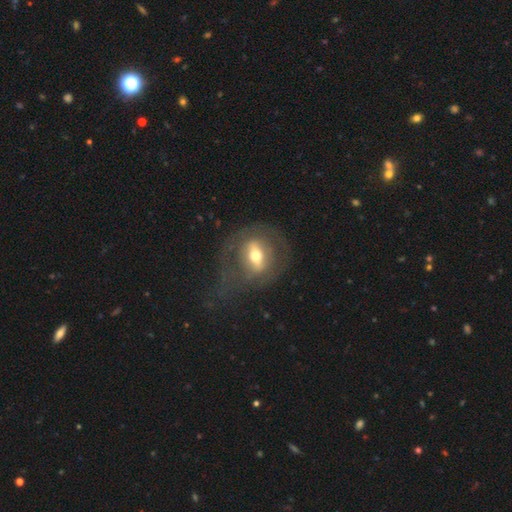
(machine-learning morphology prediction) Smooth or featured? Predicted: featured or disk (p=0.63). Edge-on disk? Predicted: no (p=0.80). Bar? Predicted: strong (p=0.54). Spiral arms? Predicted: no (p=0.72). Bulge size? Predicted: moderate (p=0.66). Merging? Predicted: none (p=0.59).